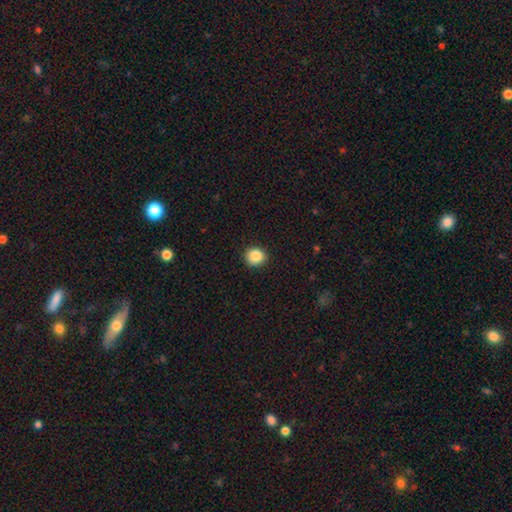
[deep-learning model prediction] smooth-or-featured: smooth: 87% | star or artifact: 9% | featured or disk: 3%
  how-rounded: round: 84% | in between: 15% | cigar-shaped: 1%
  merging: none: 88% | minor disturbance: 9% | major disturbance: 2% | merger: 1%